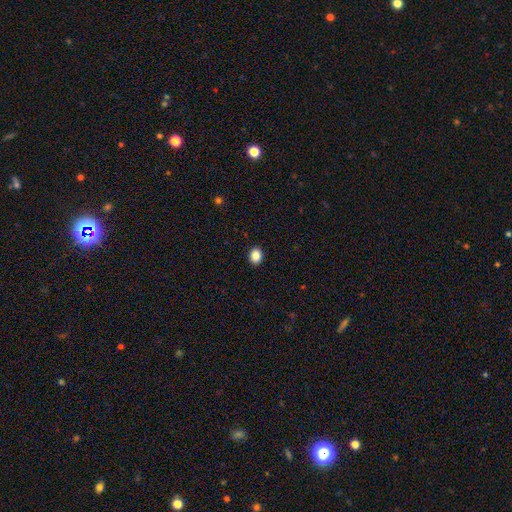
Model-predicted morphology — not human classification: A smooth galaxy with no disk features (87%) that is round (55%).

Vote fractions:
- Smooth or featured? smooth: 87% / star or artifact: 10% / featured or disk: 3%
- How rounded? round: 55% / in between: 44% / cigar-shaped: 1%
- Merging? none: 92% / minor disturbance: 5% / major disturbance: 2% / merger: 1%